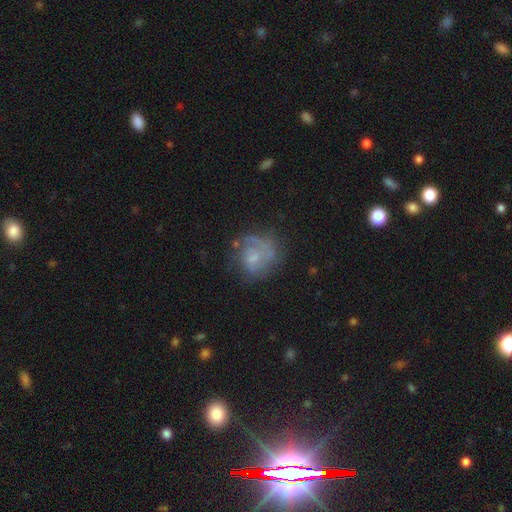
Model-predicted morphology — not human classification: Overall: featured or disk (60%; smooth 30%). Edge-on disk: no (98%). Bar: no (67%; weak 29%). Spiral arms: yes (71%). Bulge size: small (41%; none 29%). Merging: none (53%; major disturbance 22%).